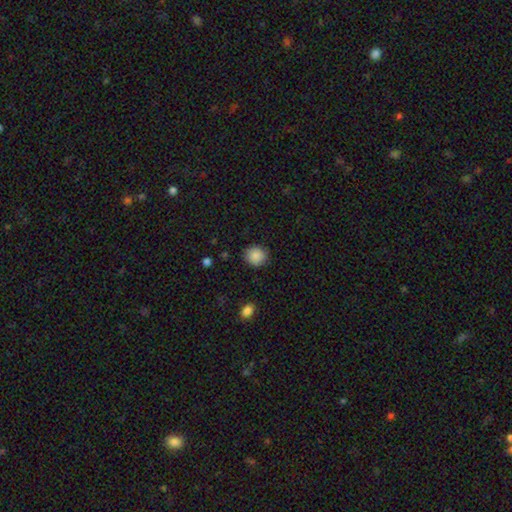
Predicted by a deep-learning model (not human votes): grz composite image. It shows a smooth galaxy with no disk features (88%) that is round (84%). Merging: none (87%).